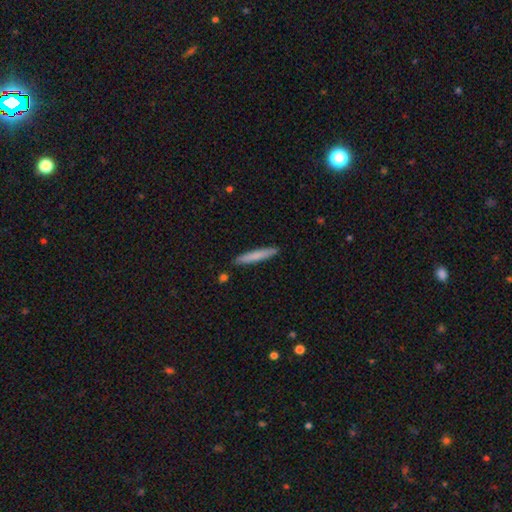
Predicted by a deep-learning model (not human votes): smooth_or_featured: smooth (p=0.76) [alt: featured or disk p=0.19]
how_rounded: cigar-shaped (p=0.95) [alt: in between p=0.04]
merging: none (p=0.90) [alt: minor disturbance p=0.07]